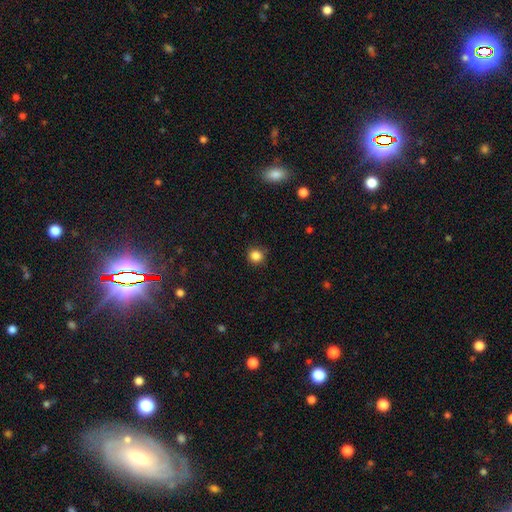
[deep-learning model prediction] Morphology: type=smooth (85%); roundness=round (91%); merging=none (88%).